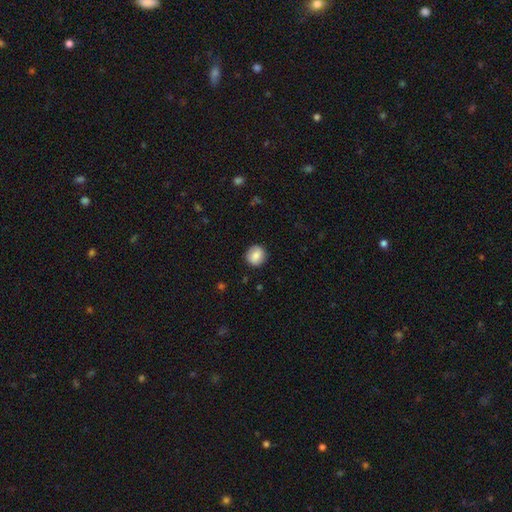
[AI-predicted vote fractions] smooth_or_featured: smooth (p=0.84) [alt: featured or disk p=0.08]
how_rounded: round (p=0.85) [alt: in between p=0.14]
merging: none (p=0.89) [alt: minor disturbance p=0.08]